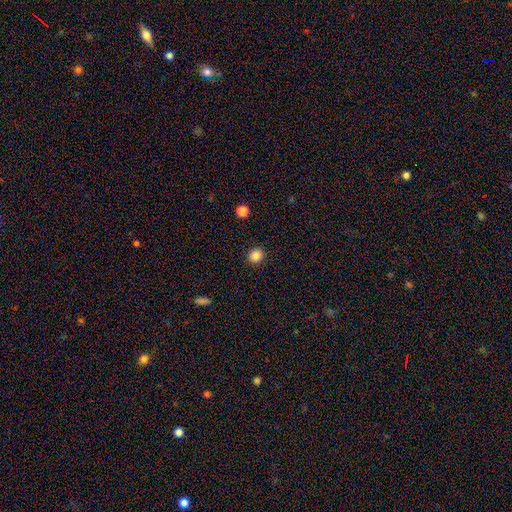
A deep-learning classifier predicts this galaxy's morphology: This appears to be a smooth galaxy with no disk features (85%) that is round (89%). Merging: none (92%).